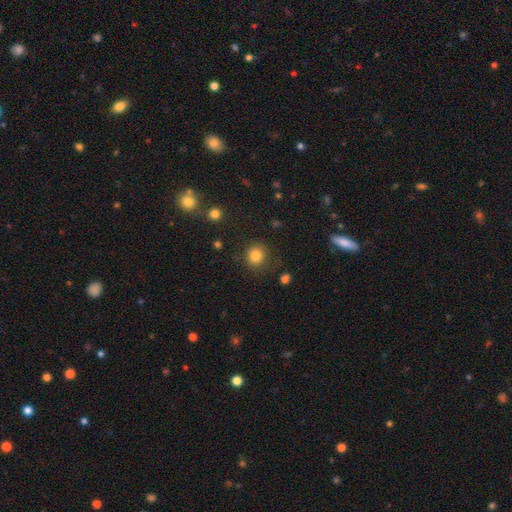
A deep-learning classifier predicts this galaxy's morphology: Smooth or featured? smooth (83%)
How rounded? round (86%)
Merging? none (83%)